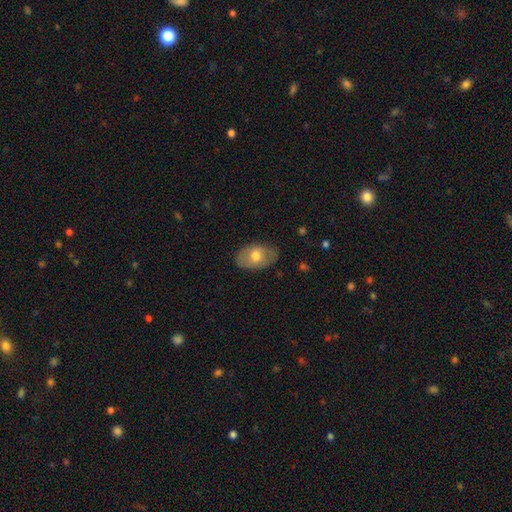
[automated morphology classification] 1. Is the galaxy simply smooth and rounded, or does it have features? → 65% smooth, 29% featured or disk, 7% star or artifact.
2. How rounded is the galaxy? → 88% in between, 11% round, 1% cigar-shaped.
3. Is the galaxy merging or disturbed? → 78% none, 17% minor disturbance, 4% major disturbance, 1% merger.